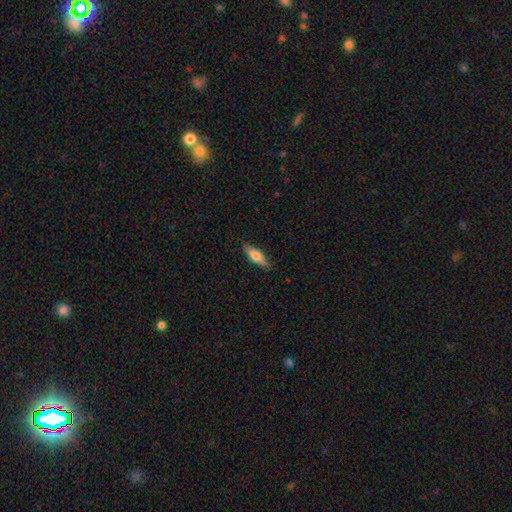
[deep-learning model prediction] Smooth or featured? smooth (61%)
How rounded? cigar-shaped (56%)
Merging? none (85%)